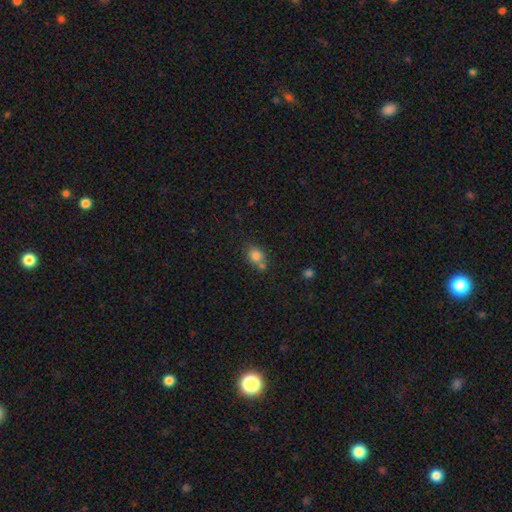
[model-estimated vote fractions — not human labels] smooth 80%, star or artifact 11%, featured or disk 9%. Down the decision tree: how rounded — round (53%); merging — none (52%).